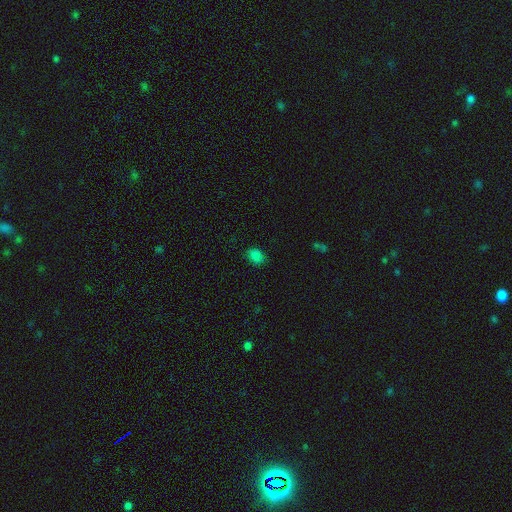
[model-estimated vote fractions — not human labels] This appears to be a smooth galaxy with no disk features (83%) that is in between round and cigar-shaped (67%). Merging: none (85%).